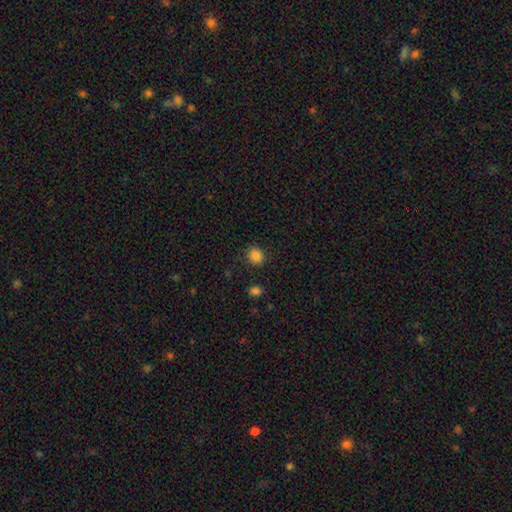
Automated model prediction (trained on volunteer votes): Q: Smooth or featured?
A: smooth (85%); runner-up: star or artifact (11%)
Q: How rounded?
A: round (71%); runner-up: in between (28%)
Q: Merging?
A: none (87%); runner-up: minor disturbance (8%)